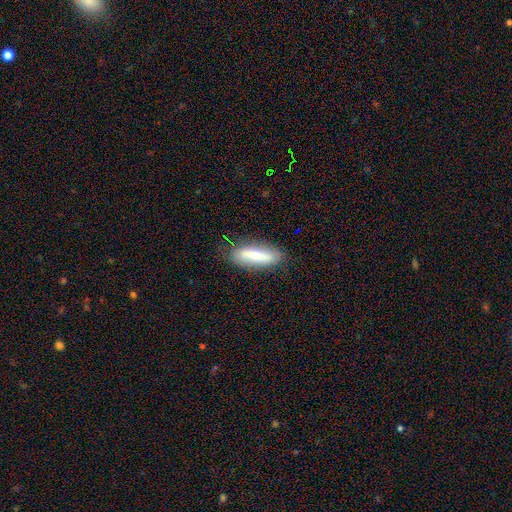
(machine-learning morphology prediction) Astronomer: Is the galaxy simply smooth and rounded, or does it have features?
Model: smooth — 68%.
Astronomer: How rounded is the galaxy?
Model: cigar-shaped — 53% (runner-up: in between, 45%).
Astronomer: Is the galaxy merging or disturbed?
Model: none — 79%.